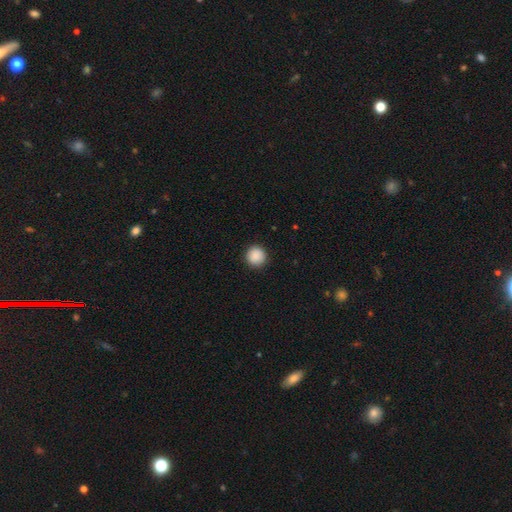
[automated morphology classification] A smooth galaxy with no disk features (88%) that is round (95%).

Vote fractions:
- Smooth or featured? smooth: 88% / star or artifact: 8% / featured or disk: 4%
- How rounded? round: 95% / in between: 4% / cigar-shaped: 1%
- Merging? none: 91% / minor disturbance: 6% / major disturbance: 2% / merger: 1%